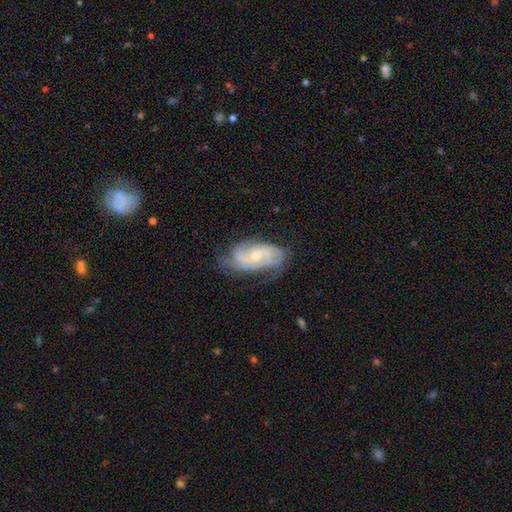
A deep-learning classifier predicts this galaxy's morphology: Q: Smooth or featured?
A: featured or disk (80%); runner-up: smooth (13%)
Q: Edge-on disk?
A: no (95%); runner-up: yes (5%)
Q: Bar?
A: no (62%); runner-up: weak (31%)
Q: Spiral arms?
A: yes (94%); runner-up: no (6%)
Q: Spiral winding?
A: tight (45%); runner-up: medium (40%)
Q: Spiral arm count?
A: 2 (40%); runner-up: can't tell (24%)
Q: Bulge size?
A: small (53%); runner-up: moderate (44%)
Q: Merging?
A: none (70%); runner-up: minor disturbance (22%)